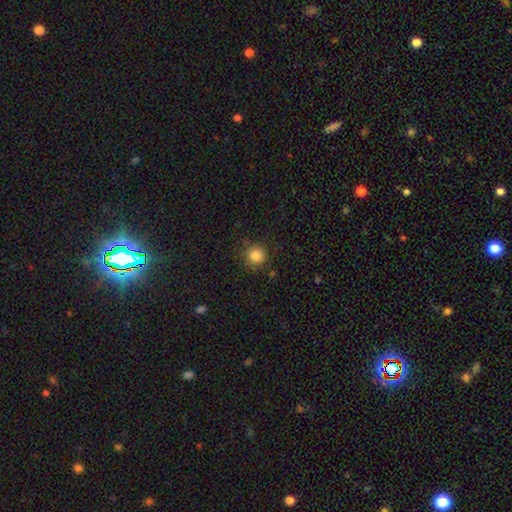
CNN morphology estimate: This is clearly a smooth galaxy (84%). How rounded: clearly round (92%). Merging: clearly none (86%).